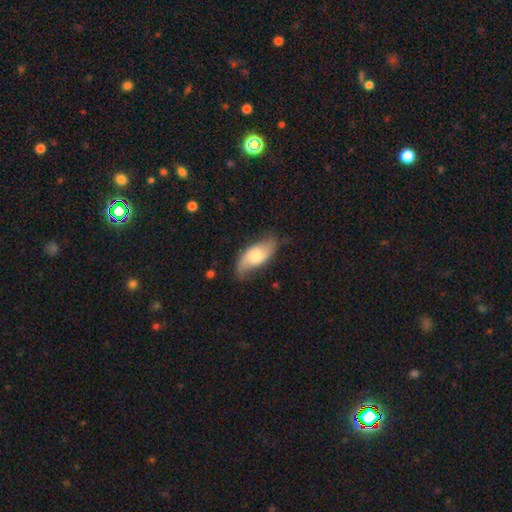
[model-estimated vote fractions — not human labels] The model was most divided on "smooth or featured": smooth: 49%, featured or disk: 45%, star or artifact: 6%. More confident: merging — none (66%).